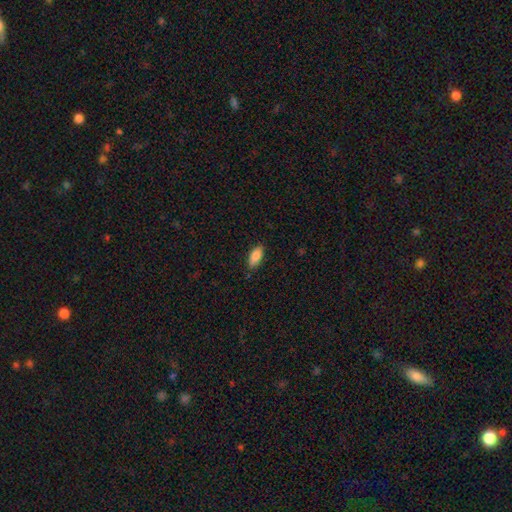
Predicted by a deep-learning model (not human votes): Smooth or featured: smooth — 86% (featured or disk — 7%)
How rounded: in between — 84% (cigar-shaped — 14%)
Merging: none — 81% (minor disturbance — 15%)